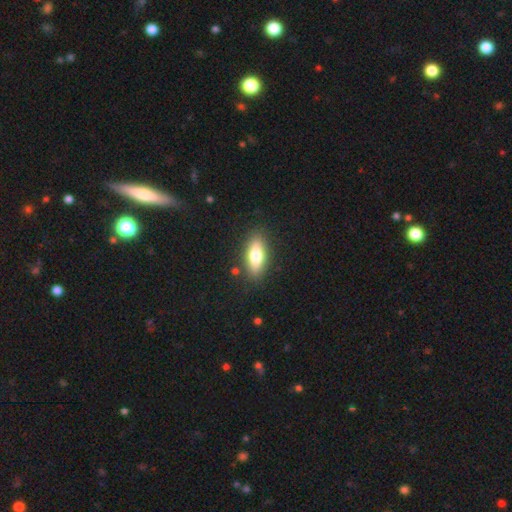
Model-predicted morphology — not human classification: type=smooth (70%); roundness=in between (72%); merging=none (86%).